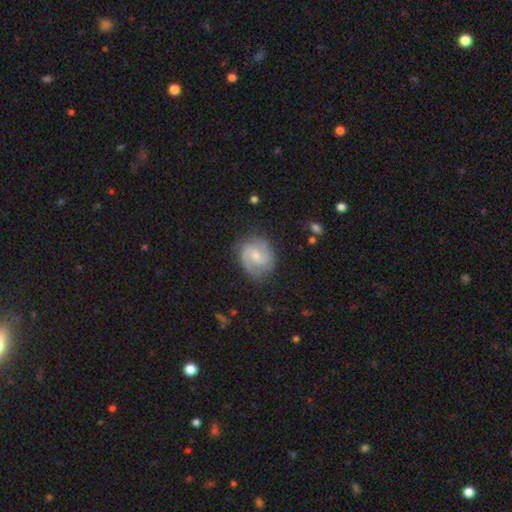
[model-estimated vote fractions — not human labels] This appears to be a featured or disk galaxy (78%) with a weak bar (48%), 2 (80%) medium (51%) spiral arms (95%) and a moderate central bulge (47%). Merging: none (77%).